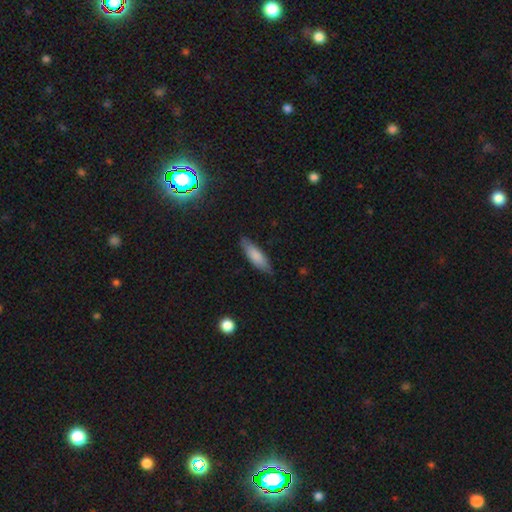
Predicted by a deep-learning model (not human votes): This is likely a smooth galaxy (79%). How rounded: possibly cigar-shaped (51%). Merging: clearly none (80%).